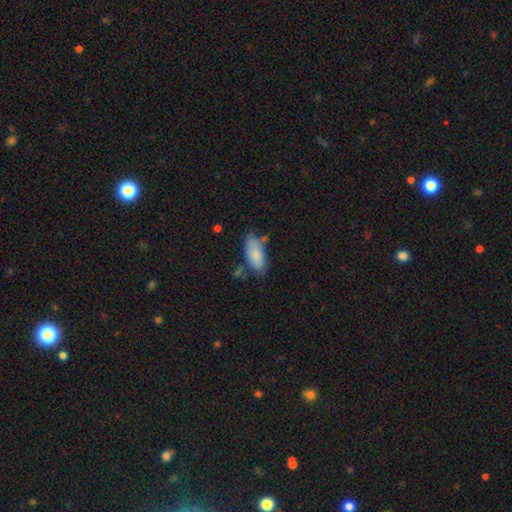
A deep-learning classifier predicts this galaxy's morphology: This is clearly a smooth galaxy (84%). How rounded: clearly in between (88%). Merging: likely none (61%).